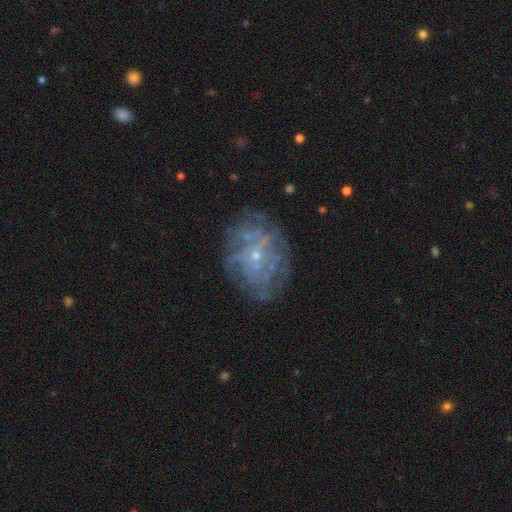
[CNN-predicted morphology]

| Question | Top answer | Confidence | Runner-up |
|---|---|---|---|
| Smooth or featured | featured or disk | 72% | smooth (17%) |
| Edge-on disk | no | 97% | yes (3%) |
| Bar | no | 80% | weak (17%) |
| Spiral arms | yes | 60% | no (40%) |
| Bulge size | small | 81% | moderate (13%) |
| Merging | none | 65% | minor disturbance (19%) |